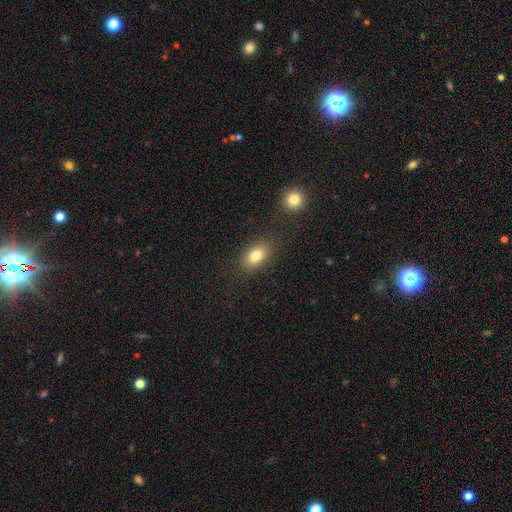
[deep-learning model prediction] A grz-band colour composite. It shows a smooth galaxy with no disk features (81%) that is in between round and cigar-shaped (83%). Merging: none (82%).